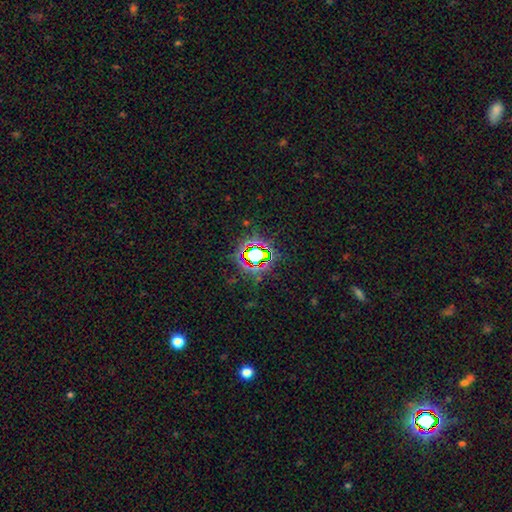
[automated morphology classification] This is likely a star or artifact rather than a galaxy (74%).